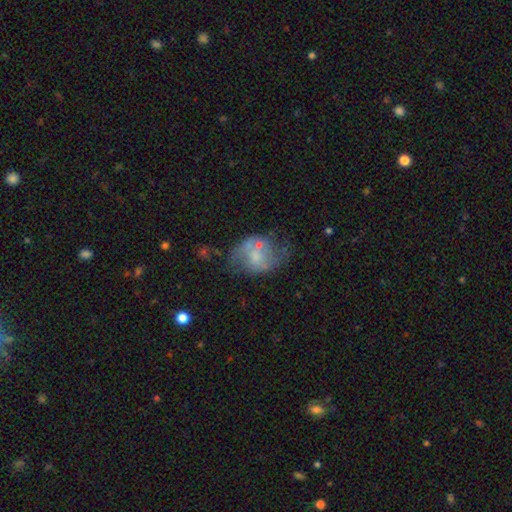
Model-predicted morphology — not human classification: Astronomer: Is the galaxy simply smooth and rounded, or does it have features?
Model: featured or disk — 53% (runner-up: smooth, 36%).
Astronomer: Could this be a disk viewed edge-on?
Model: no — 97%.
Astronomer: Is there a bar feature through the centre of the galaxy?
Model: no — 68%.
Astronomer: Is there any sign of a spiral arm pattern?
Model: yes — 55% (runner-up: no, 45%).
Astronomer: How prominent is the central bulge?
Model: small — 41% (runner-up: moderate, 36%).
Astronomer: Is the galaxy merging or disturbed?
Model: none — 41% (runner-up: minor disturbance, 24%).